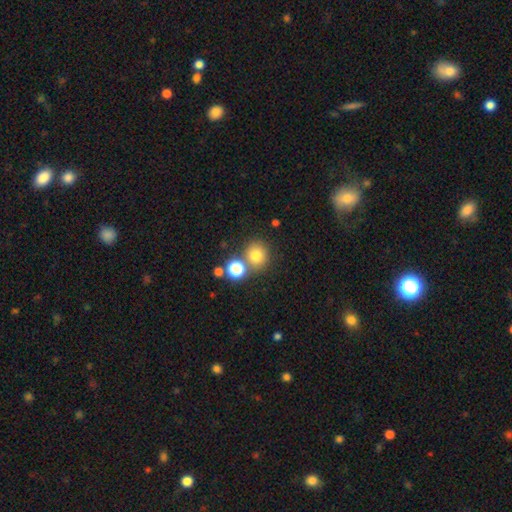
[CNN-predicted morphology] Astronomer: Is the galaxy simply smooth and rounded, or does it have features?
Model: smooth — 77%.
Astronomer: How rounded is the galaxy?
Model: round — 88%.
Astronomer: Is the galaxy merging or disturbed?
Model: none — 69%.